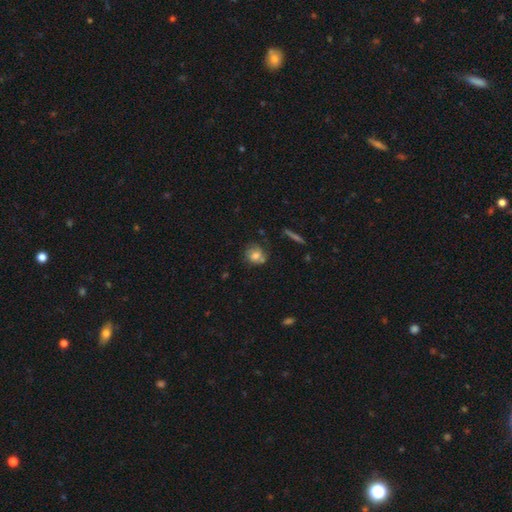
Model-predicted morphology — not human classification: smooth_or_featured: smooth (p=0.64) [alt: featured or disk p=0.25]
how_rounded: round (p=0.73) [alt: in between p=0.25]
merging: none (p=0.59) [alt: minor disturbance p=0.21]